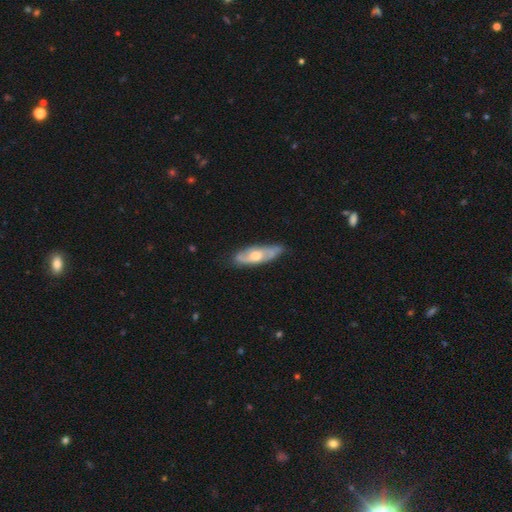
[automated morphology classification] A featured or disk galaxy (66%). Merging: none (79%).